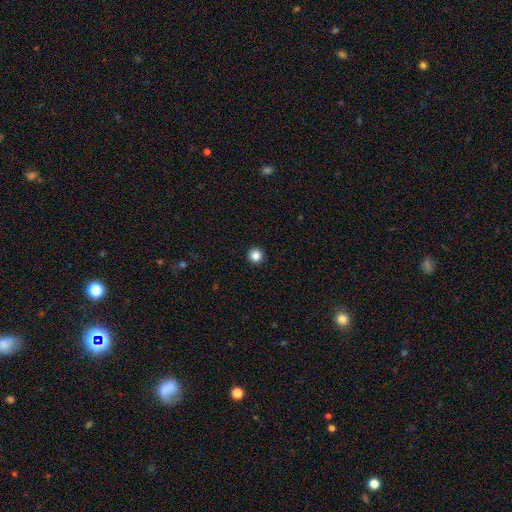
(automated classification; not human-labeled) Smooth or featured? Predicted: smooth (p=0.86). How rounded? Predicted: round (p=0.96). Merging? Predicted: none (p=0.94).